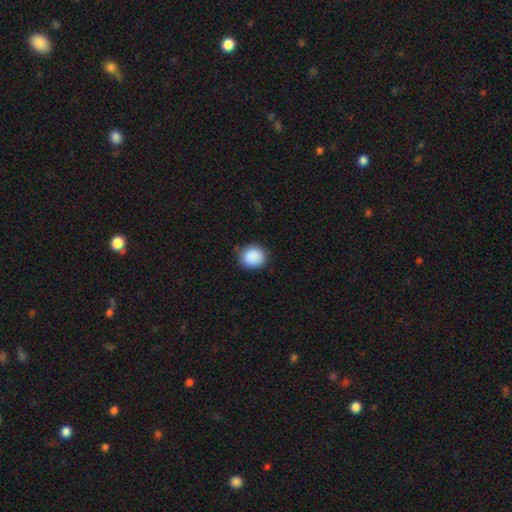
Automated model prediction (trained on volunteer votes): The model was most divided on "how rounded": round: 79%, in between: 20%, cigar-shaped: 1%. More confident: smooth or featured — smooth (90%); merging — none (86%).